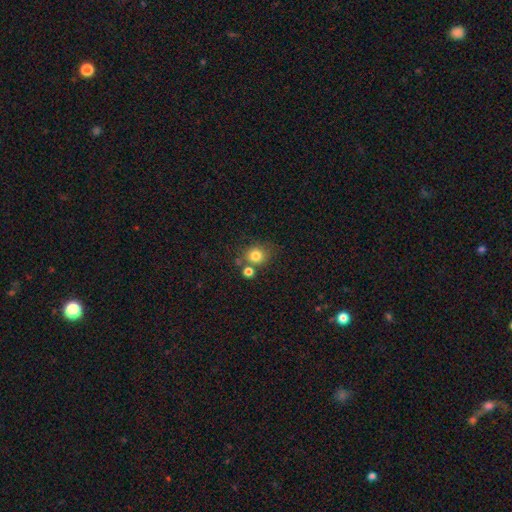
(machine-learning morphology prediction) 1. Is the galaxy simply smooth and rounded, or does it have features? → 80% smooth, 12% star or artifact, 8% featured or disk.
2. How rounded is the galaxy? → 81% round, 18% in between, 1% cigar-shaped.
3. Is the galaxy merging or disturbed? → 66% none, 18% merger, 12% minor disturbance, 4% major disturbance.